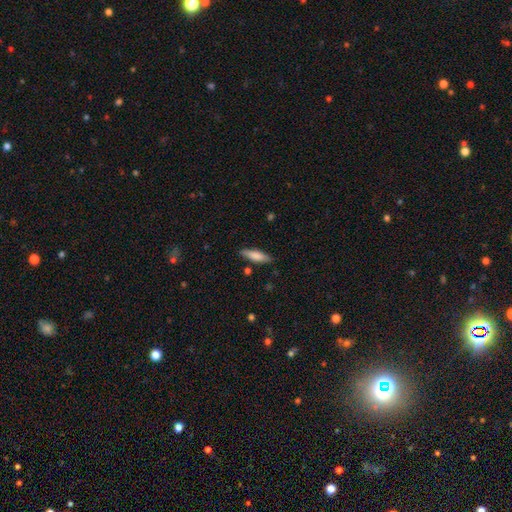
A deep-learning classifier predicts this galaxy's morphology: smooth 74%, featured or disk 20%, star or artifact 6%. Down the decision tree: how rounded — cigar-shaped (66%); merging — none (84%).